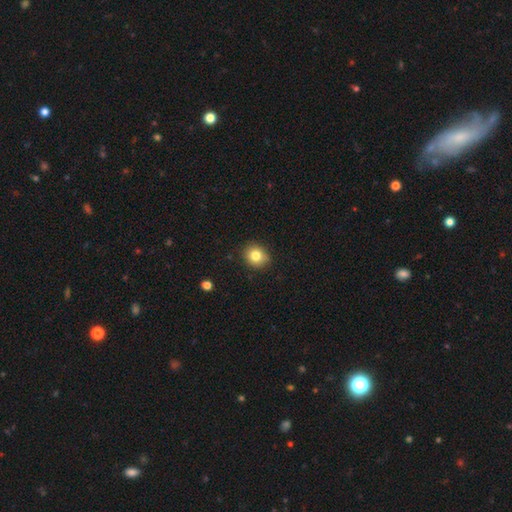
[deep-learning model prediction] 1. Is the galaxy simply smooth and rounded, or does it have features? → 81% smooth, 11% star or artifact, 8% featured or disk.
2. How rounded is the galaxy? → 78% round, 21% in between, 1% cigar-shaped.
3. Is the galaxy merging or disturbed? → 87% none, 9% minor disturbance, 2% major disturbance, 1% merger.